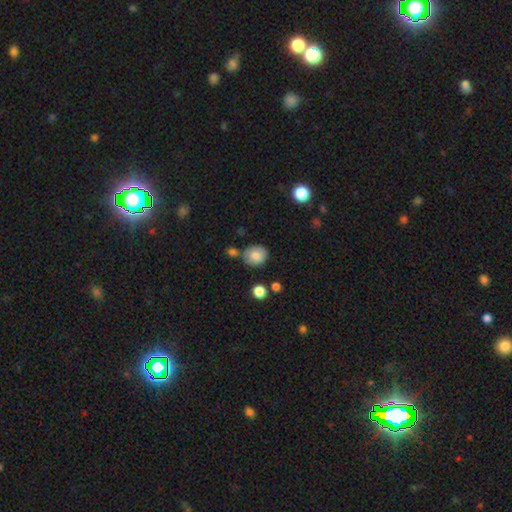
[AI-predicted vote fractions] This appears to be a smooth galaxy with no disk features (81%) that is round (74%). Merging: none (72%).